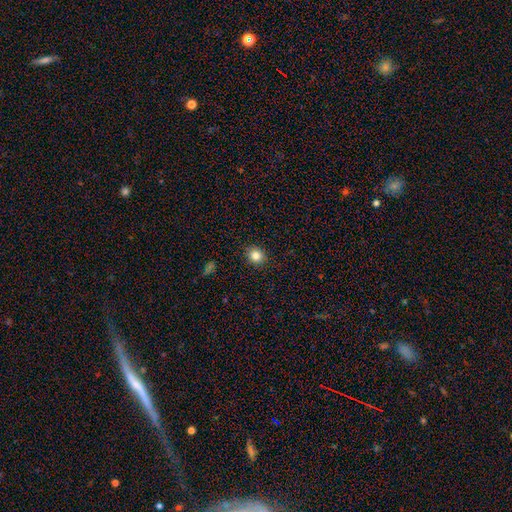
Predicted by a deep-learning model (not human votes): This is clearly a smooth galaxy (83%). How rounded: likely round (78%). Merging: clearly none (91%).